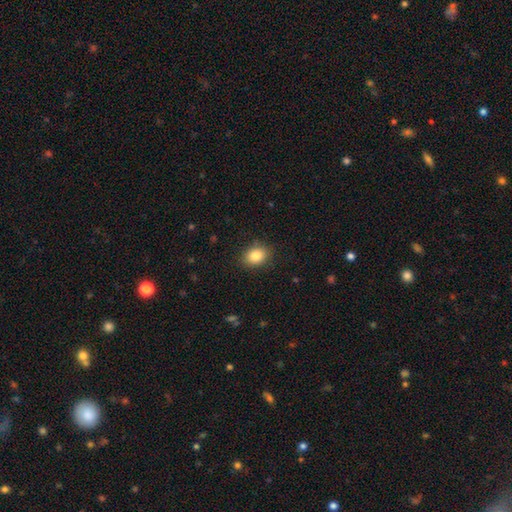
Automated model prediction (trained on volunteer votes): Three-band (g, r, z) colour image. It shows a smooth galaxy with no disk features (84%) that is in between round and cigar-shaped (63%). Merging: none (87%).